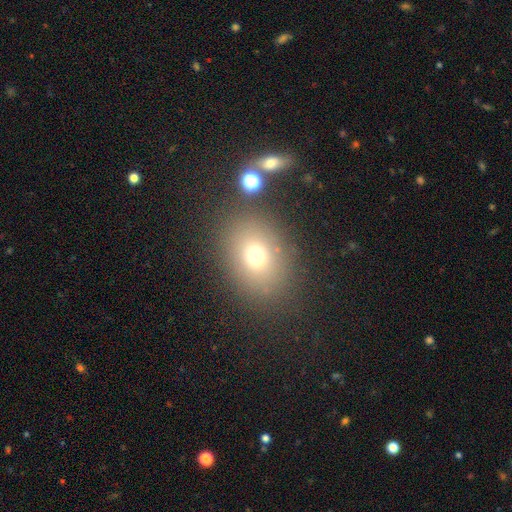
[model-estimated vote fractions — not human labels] This appears to be a smooth galaxy with no disk features (71%) that is in between round and cigar-shaped (59%). Merging: none (78%).